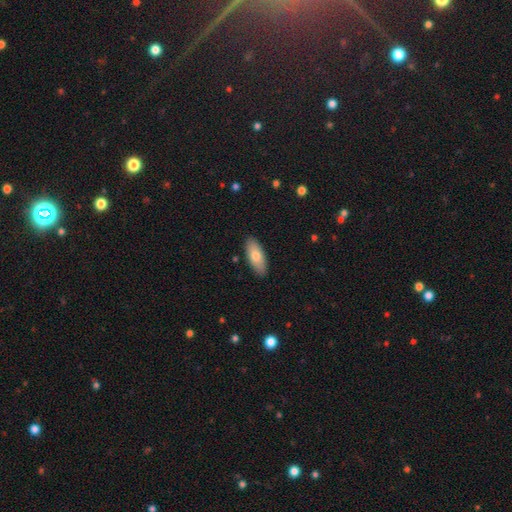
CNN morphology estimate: Overall: smooth (76%). How rounded: in between (80%). Merging: none (88%).